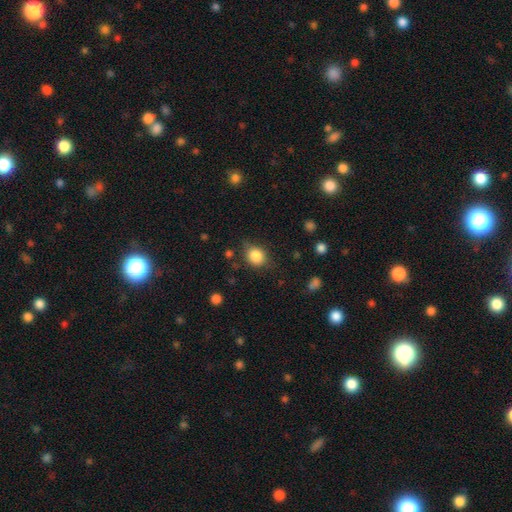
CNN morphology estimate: smooth_or_featured: smooth (p=0.85) [alt: star or artifact p=0.10]
how_rounded: round (p=0.68) [alt: in between p=0.31]
merging: none (p=0.74) [alt: minor disturbance p=0.18]